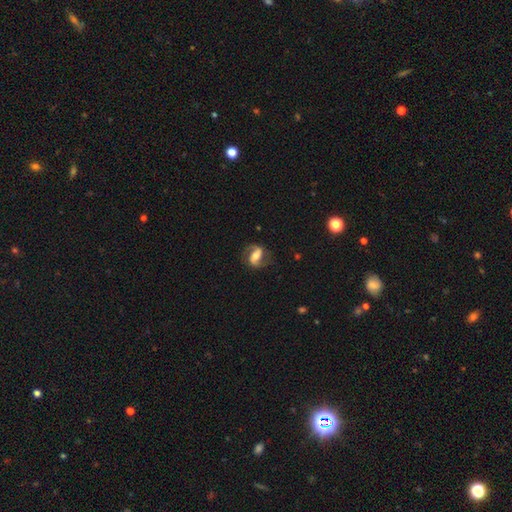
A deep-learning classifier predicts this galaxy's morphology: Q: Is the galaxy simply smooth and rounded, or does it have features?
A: featured or disk — 80%.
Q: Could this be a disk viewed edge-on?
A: no — 97%.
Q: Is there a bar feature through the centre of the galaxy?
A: weak — 39%, tied with strong.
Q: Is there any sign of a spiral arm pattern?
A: yes — 94%.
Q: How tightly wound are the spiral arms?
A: medium — 48%.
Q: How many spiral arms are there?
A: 2 — 92%.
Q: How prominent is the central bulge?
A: moderate — 54%.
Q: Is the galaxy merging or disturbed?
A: none — 78%.